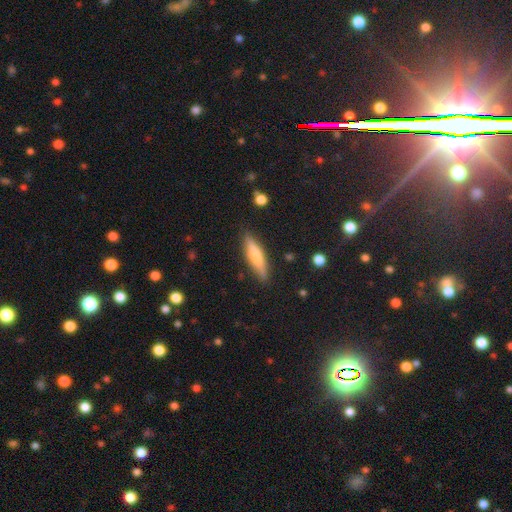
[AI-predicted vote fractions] This appears to be a smooth galaxy with no disk features (58%) that is cigar-shaped (76%). Merging: none (86%).